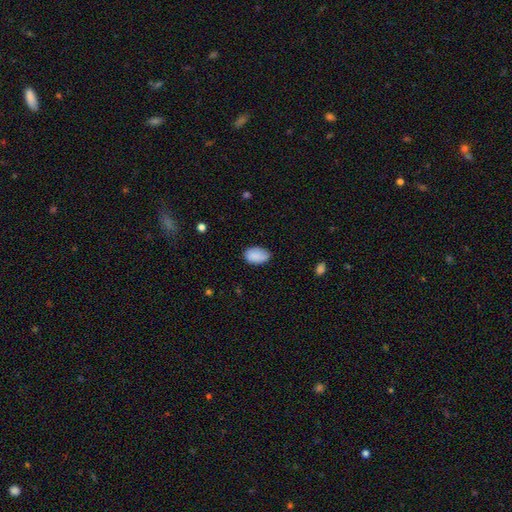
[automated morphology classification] smooth 88%, star or artifact 7%, featured or disk 5%. Down the decision tree: how rounded — in between (91%); merging — none (72%).